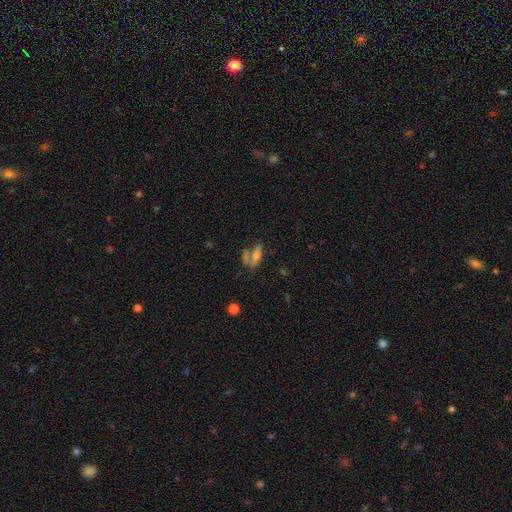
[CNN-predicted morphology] A smooth galaxy with no disk features (57%) that is in between round and cigar-shaped (61%). Merging: none (40%).